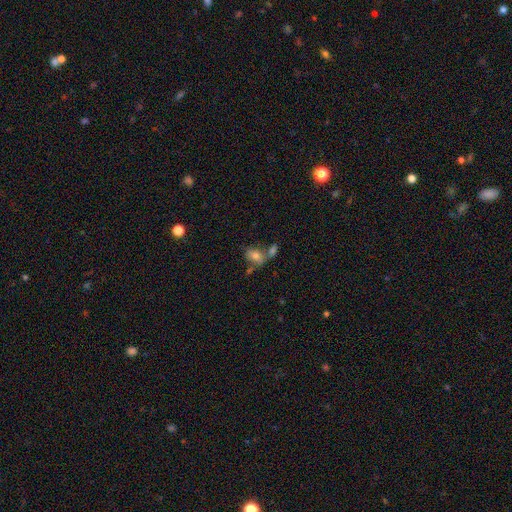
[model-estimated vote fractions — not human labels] This is likely a smooth galaxy (72%). How rounded: clearly in between (82%). Merging: marginally none (43%).